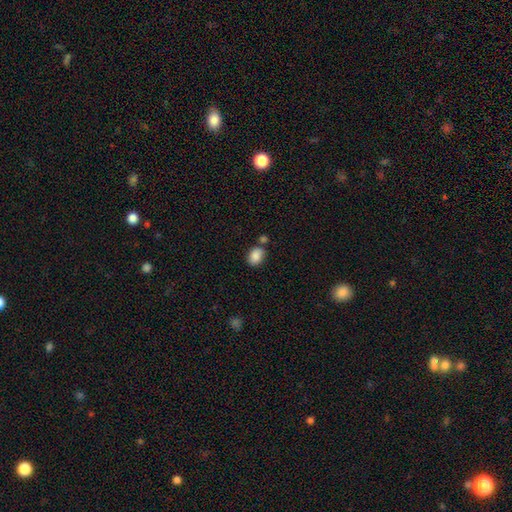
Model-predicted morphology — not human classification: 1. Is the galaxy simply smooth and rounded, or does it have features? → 86% smooth, 8% star or artifact, 6% featured or disk.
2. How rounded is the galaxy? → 68% in between, 31% round, 1% cigar-shaped.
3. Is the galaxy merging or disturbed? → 65% none, 15% merger, 15% minor disturbance, 4% major disturbance.